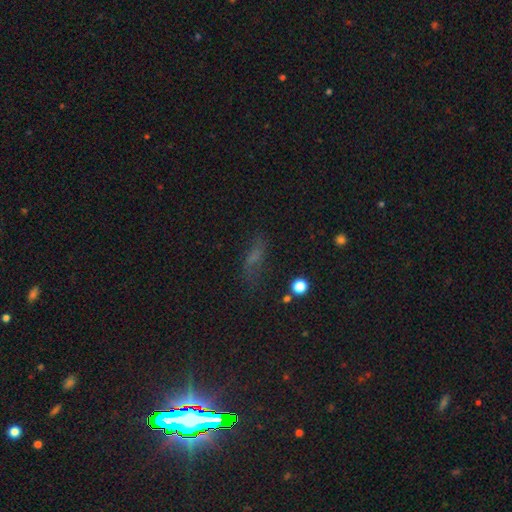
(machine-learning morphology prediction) A star or artifact, not a galaxy (50%).

Vote fractions:
- Smooth or featured? star or artifact: 50% / smooth: 26% / featured or disk: 25%